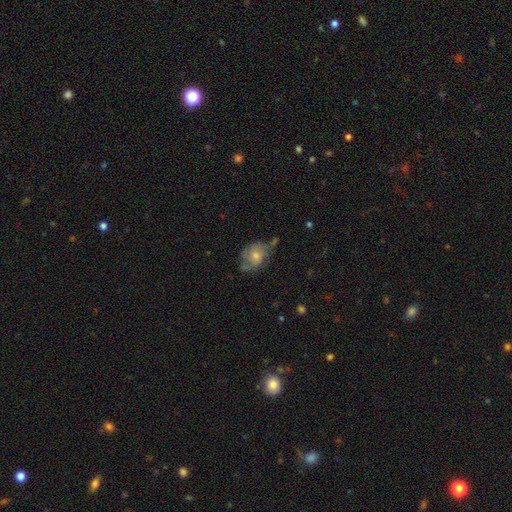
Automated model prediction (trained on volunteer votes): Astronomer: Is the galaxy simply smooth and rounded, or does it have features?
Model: smooth — 58% (runner-up: featured or disk, 34%).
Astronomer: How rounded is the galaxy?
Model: in between — 65%.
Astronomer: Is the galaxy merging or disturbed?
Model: none — 40% (runner-up: minor disturbance, 33%).